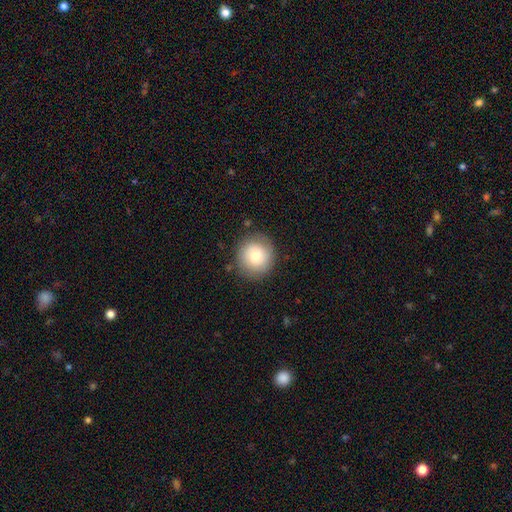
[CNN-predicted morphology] Q: Smooth or featured?
A: smooth (77%); runner-up: featured or disk (15%)
Q: How rounded?
A: round (93%); runner-up: in between (6%)
Q: Merging?
A: none (84%); runner-up: minor disturbance (11%)